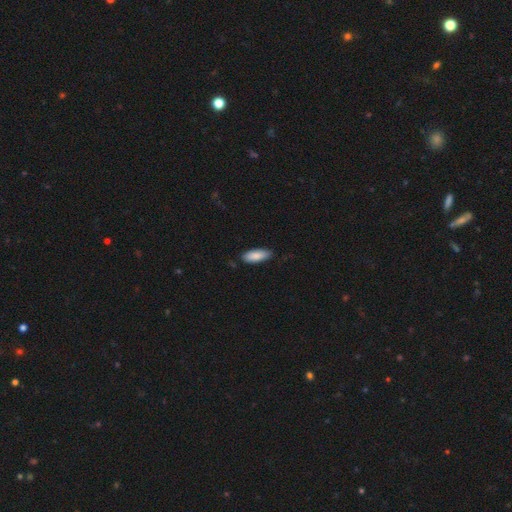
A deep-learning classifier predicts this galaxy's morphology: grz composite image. It shows a smooth galaxy with no disk features (87%) that is in between round and cigar-shaped (76%). Merging: none (81%).